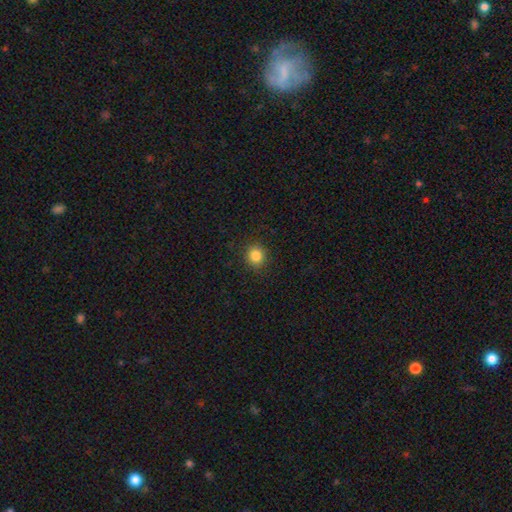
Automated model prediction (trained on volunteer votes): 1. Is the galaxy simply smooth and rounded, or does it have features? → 84% smooth, 11% star or artifact, 5% featured or disk.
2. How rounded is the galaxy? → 88% round, 11% in between, 1% cigar-shaped.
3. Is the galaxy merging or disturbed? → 90% none, 7% minor disturbance, 2% major disturbance, 1% merger.